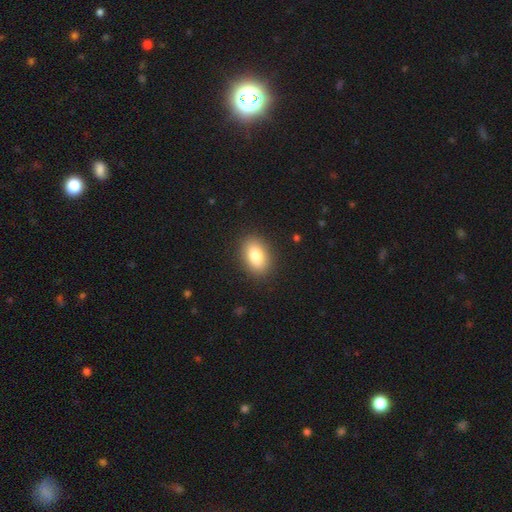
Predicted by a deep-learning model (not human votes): Smooth or featured? Predicted: smooth (p=0.82). How rounded? Predicted: in between (p=0.88). Merging? Predicted: none (p=0.89).